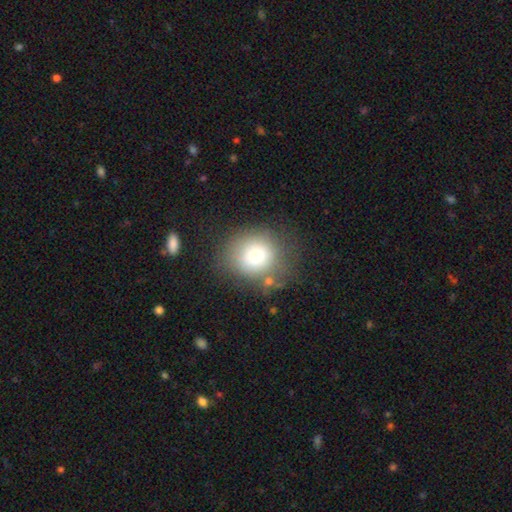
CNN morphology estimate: smooth_or_featured: smooth (p=0.75) [alt: featured or disk p=0.14]
how_rounded: round (p=0.77) [alt: in between p=0.22]
merging: none (p=0.70) [alt: minor disturbance p=0.17]